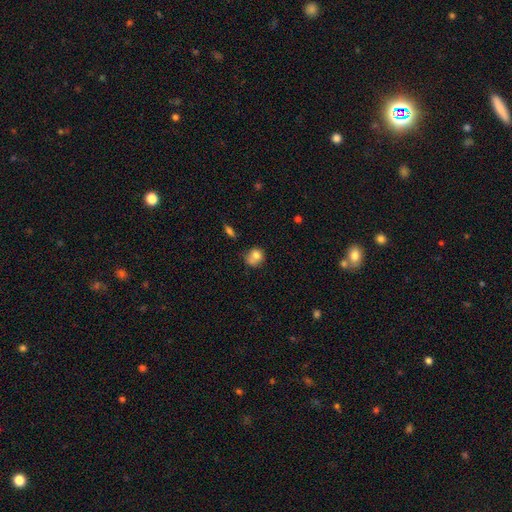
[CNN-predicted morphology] Overall: smooth (76%). How rounded: round (71%). Merging: none (44%; minor disturbance 26%).